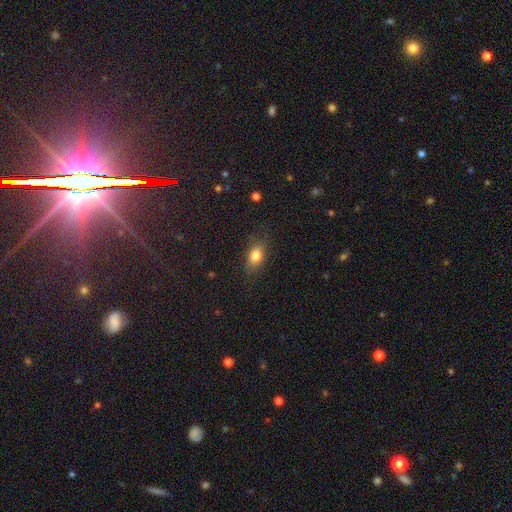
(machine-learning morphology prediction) This appears to be a smooth galaxy with no disk features (80%) that is in between round and cigar-shaped (79%). Merging: none (79%).